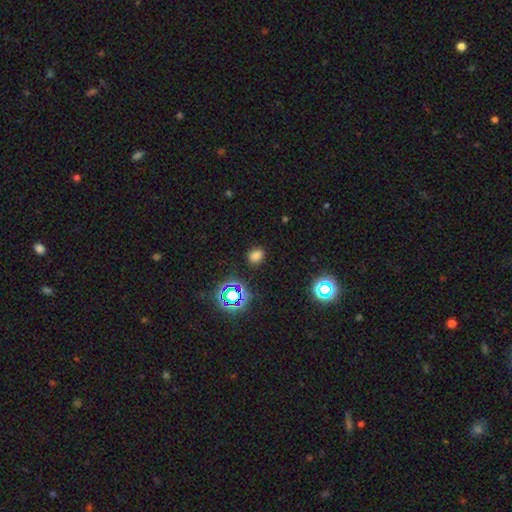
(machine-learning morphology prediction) smooth_or_featured: smooth (p=0.71) [alt: star or artifact p=0.24]
how_rounded: round (p=0.53) [alt: in between p=0.46]
merging: none (p=0.87) [alt: minor disturbance p=0.09]